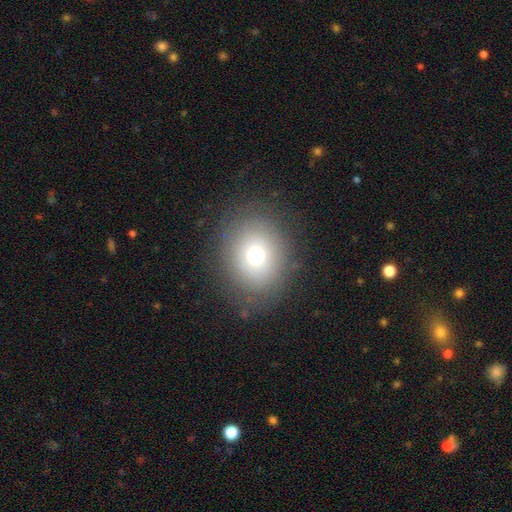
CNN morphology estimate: This appears to be a smooth galaxy with no disk features (70%) that is round (63%). Merging: none (82%).